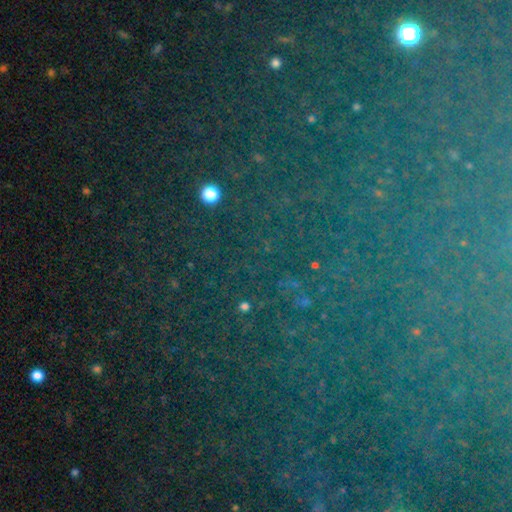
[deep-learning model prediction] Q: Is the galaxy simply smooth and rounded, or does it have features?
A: star or artifact — 78%.